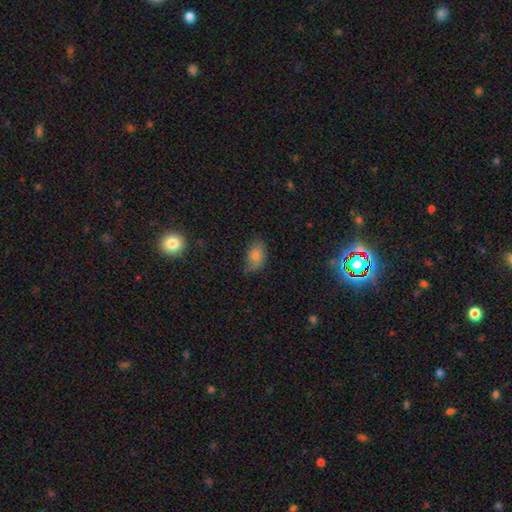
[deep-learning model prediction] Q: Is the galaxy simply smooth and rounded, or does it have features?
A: smooth — 77%.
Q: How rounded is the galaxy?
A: in between — 88%.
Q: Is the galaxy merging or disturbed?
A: none — 56%.